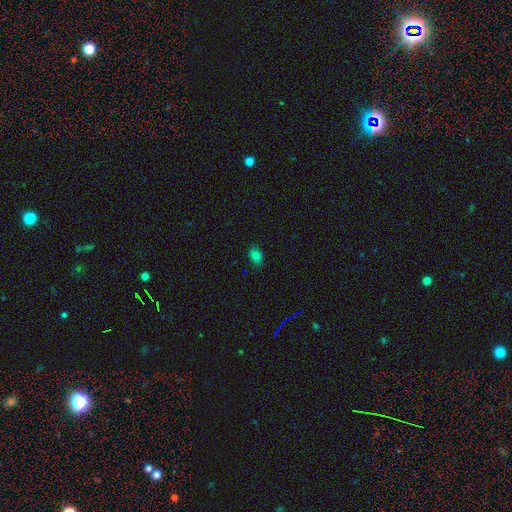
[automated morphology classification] This appears to be a smooth galaxy with no disk features (78%) that is in between round and cigar-shaped (78%). Merging: none (82%).